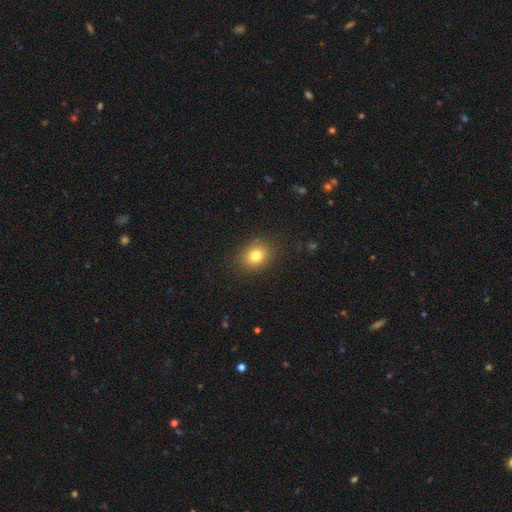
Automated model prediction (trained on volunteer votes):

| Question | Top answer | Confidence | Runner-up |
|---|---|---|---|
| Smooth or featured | smooth | 80% | star or artifact (12%) |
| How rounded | round | 54% | in between (45%) |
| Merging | none | 87% | minor disturbance (9%) |